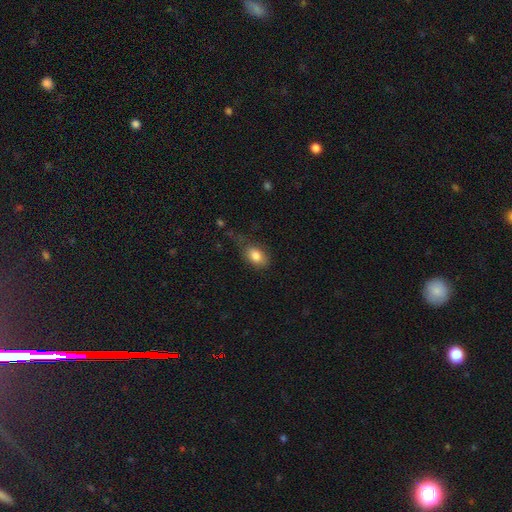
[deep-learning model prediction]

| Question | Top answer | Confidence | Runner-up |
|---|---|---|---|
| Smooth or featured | smooth | 83% | featured or disk (9%) |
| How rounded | in between | 84% | round (14%) |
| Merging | none | 55% | minor disturbance (28%) |